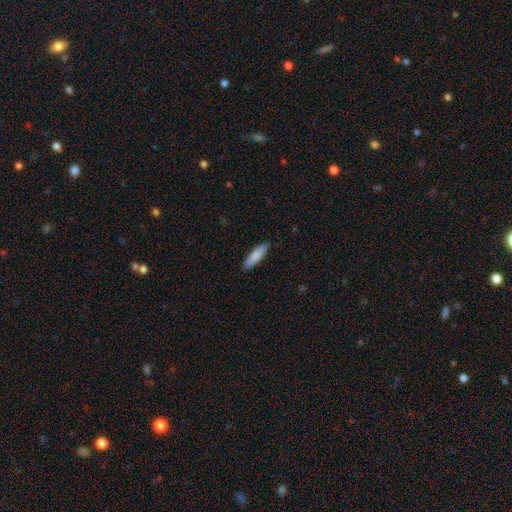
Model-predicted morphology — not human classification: type=smooth (86%); roundness=cigar-shaped (62%); merging=none (89%).